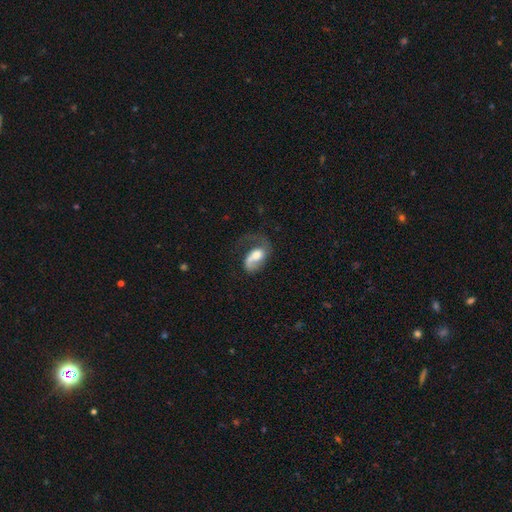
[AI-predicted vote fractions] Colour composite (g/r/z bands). It shows a featured or disk galaxy (61%) with no bar (60%), 1 (71%) loose (52%) spiral arms (85%) and a moderate central bulge (44%). Merging: major disturbance (43%).